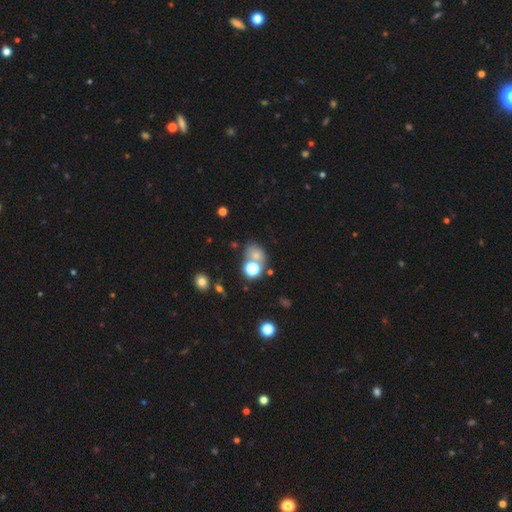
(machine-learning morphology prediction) smooth-or-featured: smooth: 63% | star or artifact: 24% | featured or disk: 13%
  how-rounded: round: 51% | in between: 47% | cigar-shaped: 1%
  merging: none: 47% | merger: 30% | minor disturbance: 14% | major disturbance: 9%